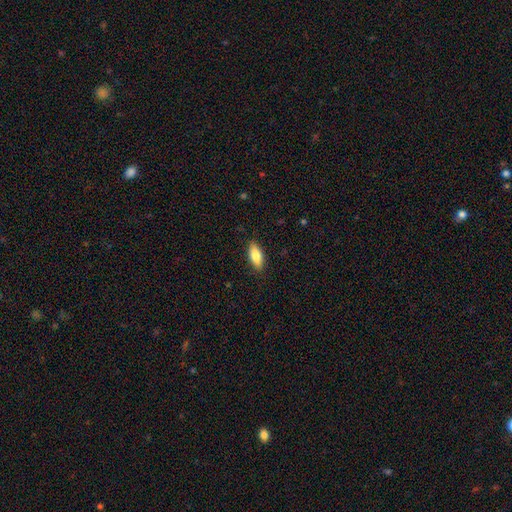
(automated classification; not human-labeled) Smooth or featured? Predicted: smooth (p=0.80). How rounded? Predicted: in between (p=0.80). Merging? Predicted: none (p=0.87).